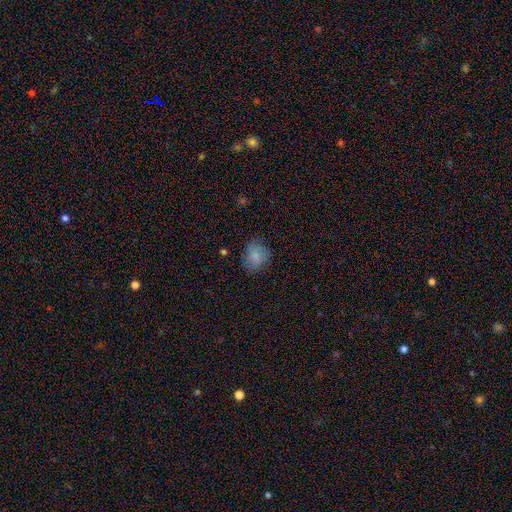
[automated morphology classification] A smooth galaxy with no disk features (76%) that is round (58%). Merging: none (72%).